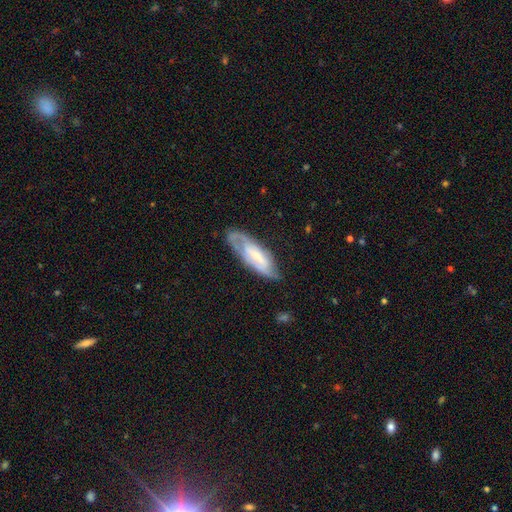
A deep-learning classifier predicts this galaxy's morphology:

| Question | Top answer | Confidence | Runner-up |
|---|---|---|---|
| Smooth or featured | featured or disk | 63% | smooth (30%) |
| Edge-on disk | no | 80% | yes (20%) |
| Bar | weak | 39% | tied: no (39%) |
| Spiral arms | yes | 78% | no (22%) |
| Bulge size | small | 46% | moderate (32%) |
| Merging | none | 60% | minor disturbance (26%) |